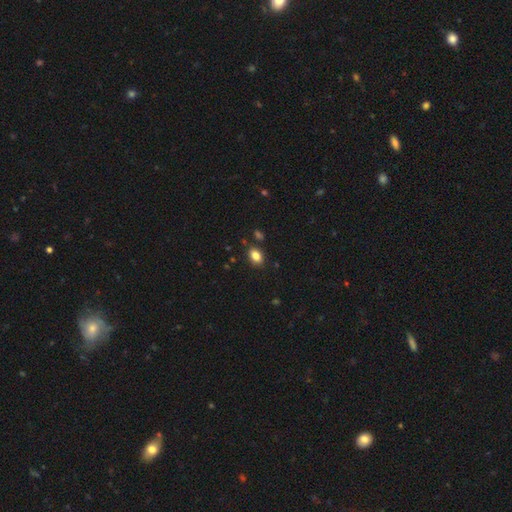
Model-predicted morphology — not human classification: Smooth or featured? Predicted: smooth (p=0.85). How rounded? Predicted: in between (p=0.79). Merging? Predicted: none (p=0.85).